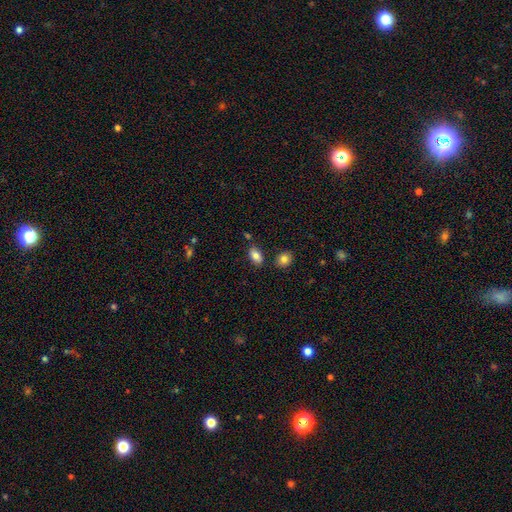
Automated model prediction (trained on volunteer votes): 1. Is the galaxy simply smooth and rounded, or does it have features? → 81% smooth, 10% featured or disk, 8% star or artifact.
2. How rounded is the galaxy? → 89% in between, 7% round, 4% cigar-shaped.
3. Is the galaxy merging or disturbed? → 76% none, 13% minor disturbance, 8% merger, 3% major disturbance.